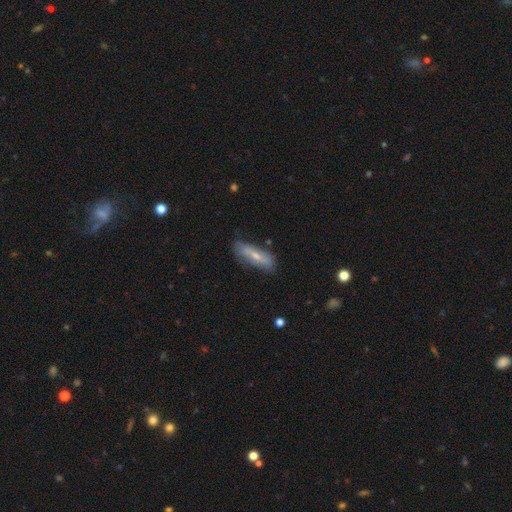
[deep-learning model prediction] Overall: smooth (46%, tied with featured or disk). Merging: none (70%).